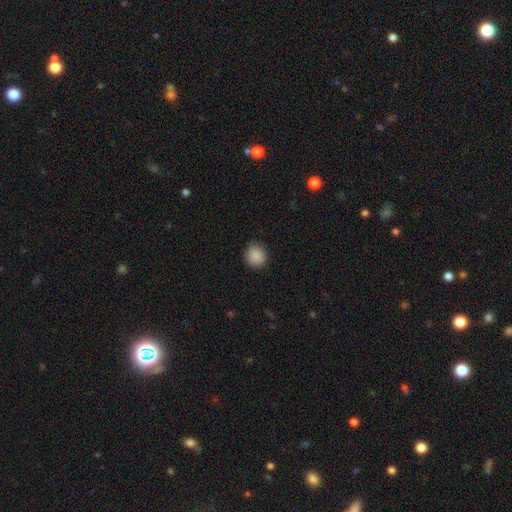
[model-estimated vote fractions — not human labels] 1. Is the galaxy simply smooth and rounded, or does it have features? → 89% smooth, 8% star or artifact, 3% featured or disk.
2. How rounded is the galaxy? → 86% round, 14% in between, 1% cigar-shaped.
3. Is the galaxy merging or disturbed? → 87% none, 9% minor disturbance, 2% major disturbance, 1% merger.